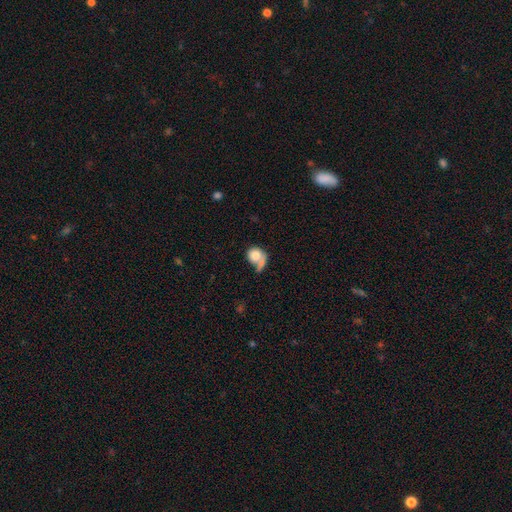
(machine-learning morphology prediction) smooth_or_featured: smooth (p=0.74) [alt: featured or disk p=0.18]
how_rounded: round (p=0.75) [alt: in between p=0.23]
merging: merger (p=0.35) [tied with: none p=0.35]